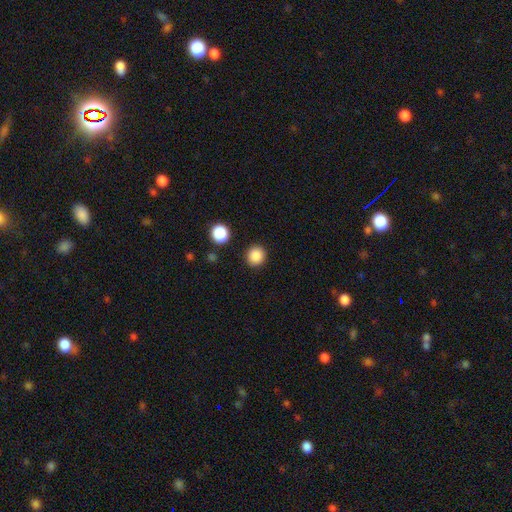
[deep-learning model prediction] A smooth galaxy with no disk features (87%) that is round (92%).

Vote fractions:
- Smooth or featured? smooth: 87% / star or artifact: 10% / featured or disk: 3%
- How rounded? round: 92% / in between: 8% / cigar-shaped: 1%
- Merging? none: 91% / minor disturbance: 5% / major disturbance: 2% / merger: 2%